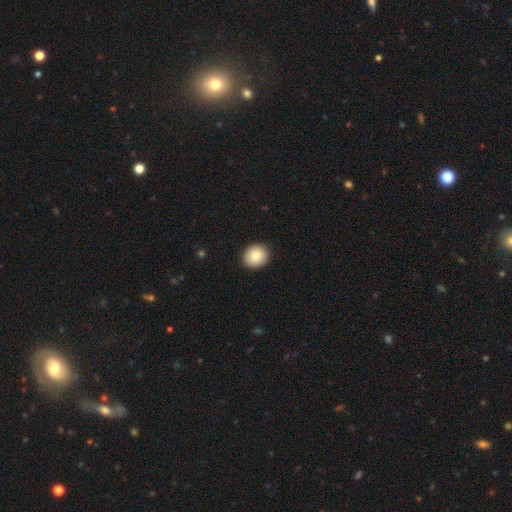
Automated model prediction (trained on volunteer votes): A smooth galaxy with no disk features (79%) that is round (83%).

Vote fractions:
- Smooth or featured? smooth: 79% / featured or disk: 13% / star or artifact: 8%
- How rounded? round: 83% / in between: 16% / cigar-shaped: 1%
- Merging? none: 92% / minor disturbance: 6% / major disturbance: 2% / merger: 1%